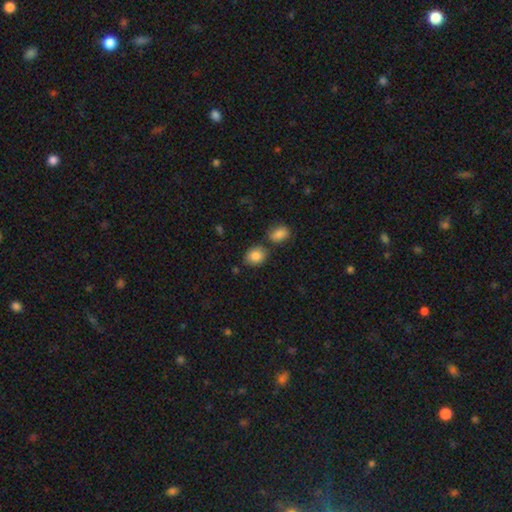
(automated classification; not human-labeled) Overall: smooth (86%). How rounded: in between (52%; round 46%). Merging: none (71%).